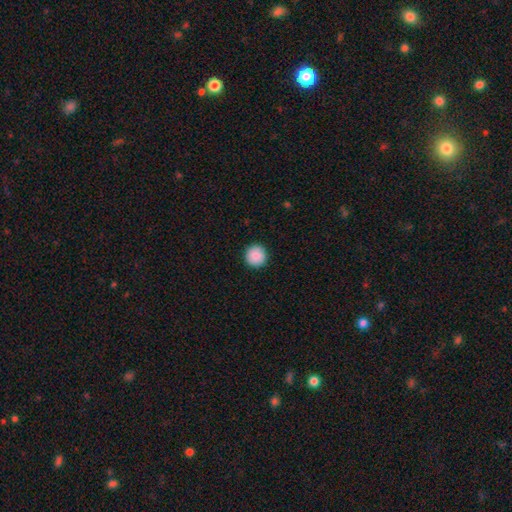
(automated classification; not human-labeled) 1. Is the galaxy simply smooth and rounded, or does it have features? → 88% smooth, 8% star or artifact, 4% featured or disk.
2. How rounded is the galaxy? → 96% round, 3% in between, 1% cigar-shaped.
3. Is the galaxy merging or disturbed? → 93% none, 5% minor disturbance, 2% major disturbance, 1% merger.